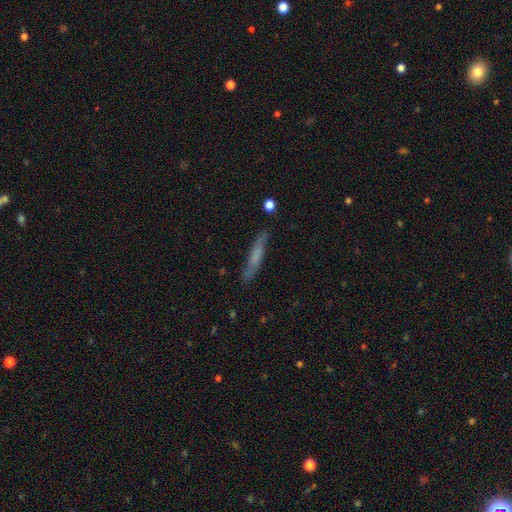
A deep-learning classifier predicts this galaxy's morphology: smooth-or-featured: smooth: 56% | featured or disk: 36% | star or artifact: 8%
  how-rounded: cigar-shaped: 93% | in between: 5% | round: 2%
  merging: none: 82% | minor disturbance: 13% | major disturbance: 3% | merger: 2%